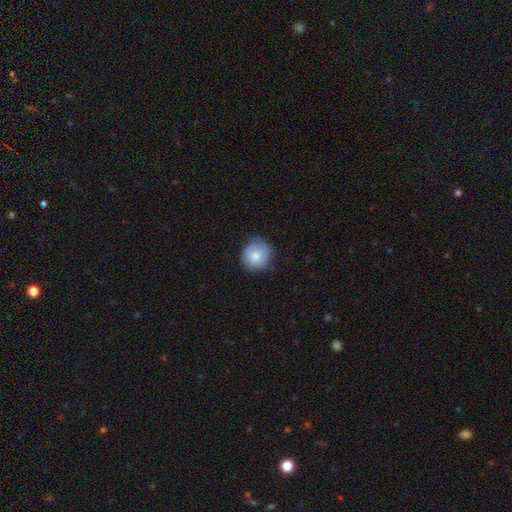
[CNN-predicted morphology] A smooth galaxy with no disk features (80%) that is round (85%).

Vote fractions:
- Smooth or featured? smooth: 80% / featured or disk: 14% / star or artifact: 7%
- How rounded? round: 85% / in between: 14% / cigar-shaped: 1%
- Merging? none: 80% / minor disturbance: 16% / major disturbance: 3% / merger: 1%